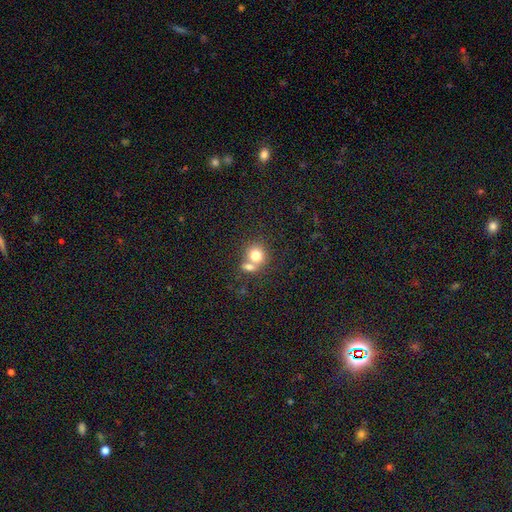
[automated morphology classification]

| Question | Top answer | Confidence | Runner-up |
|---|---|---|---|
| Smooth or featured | smooth | 77% | featured or disk (12%) |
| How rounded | round | 80% | in between (19%) |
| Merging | merger | 47% | none (42%) |